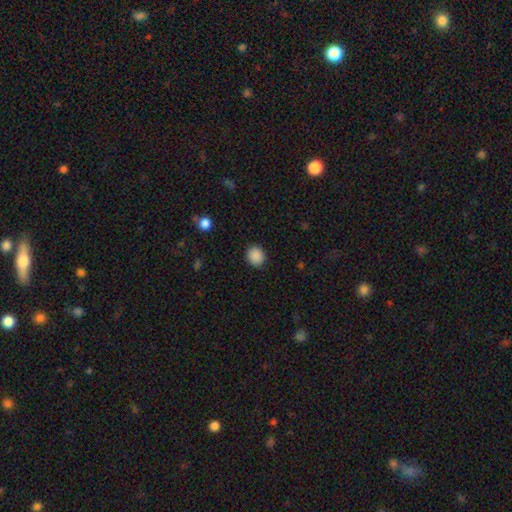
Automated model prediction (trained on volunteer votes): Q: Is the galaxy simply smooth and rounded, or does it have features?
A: smooth — 89%.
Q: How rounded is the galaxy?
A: round — 77%.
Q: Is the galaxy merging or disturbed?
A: none — 90%.